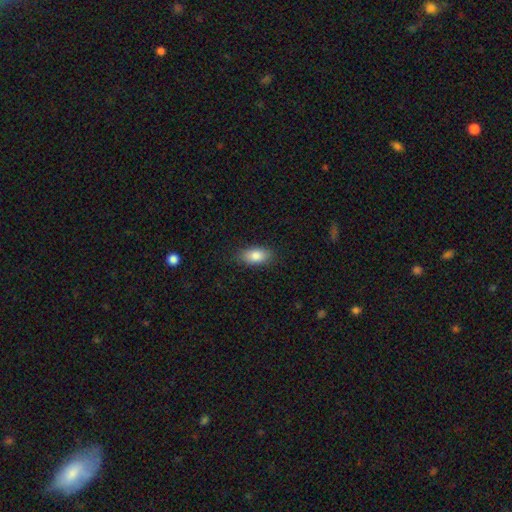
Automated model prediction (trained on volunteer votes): Overall: smooth (85%). How rounded: in between (90%). Merging: none (85%).